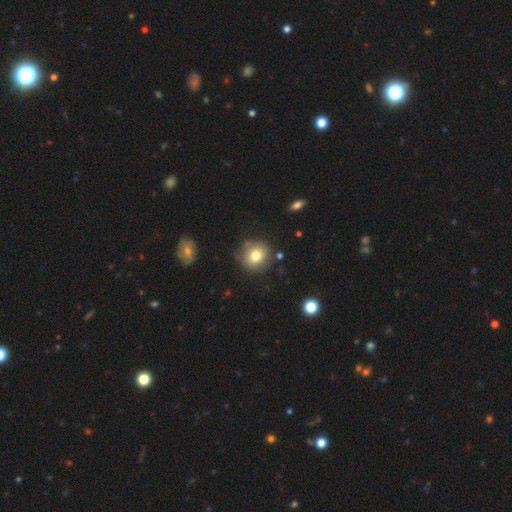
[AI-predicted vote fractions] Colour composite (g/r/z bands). It shows a smooth galaxy with no disk features (80%) that is round (86%). Merging: none (79%).